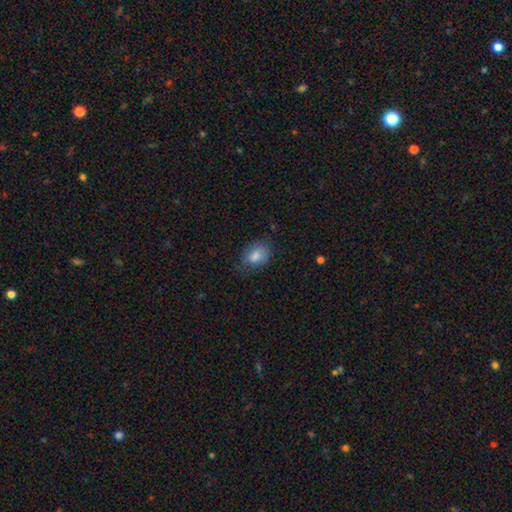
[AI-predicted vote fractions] This is clearly a smooth galaxy (81%). How rounded: clearly in between (81%). Merging: likely none (70%).